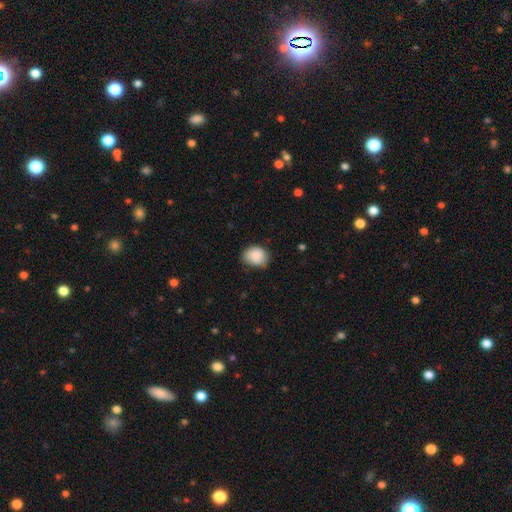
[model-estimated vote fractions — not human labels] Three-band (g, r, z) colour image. It shows a smooth galaxy with no disk features (87%) that is in between round and cigar-shaped (54%). Merging: none (65%).